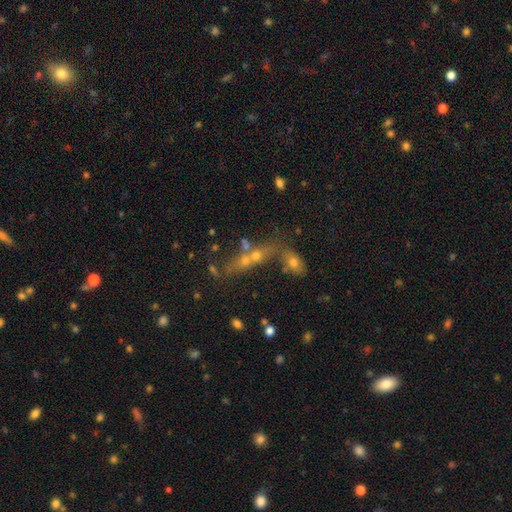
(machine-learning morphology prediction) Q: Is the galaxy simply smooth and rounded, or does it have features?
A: smooth — 43%.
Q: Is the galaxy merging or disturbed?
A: merger — 52%.